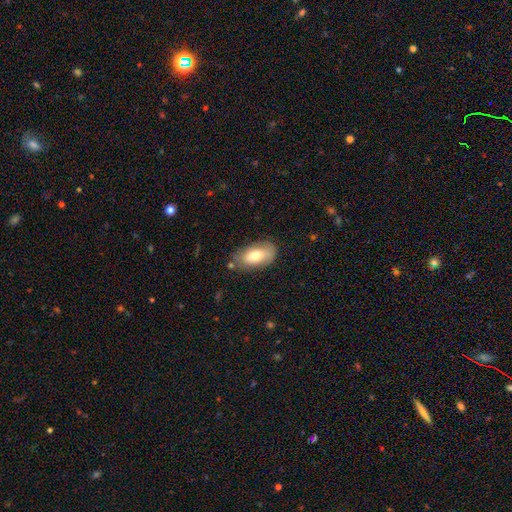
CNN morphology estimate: Smooth or featured: smooth — 71% (featured or disk — 22%)
How rounded: in between — 93% (round — 4%)
Merging: none — 73% (minor disturbance — 19%)